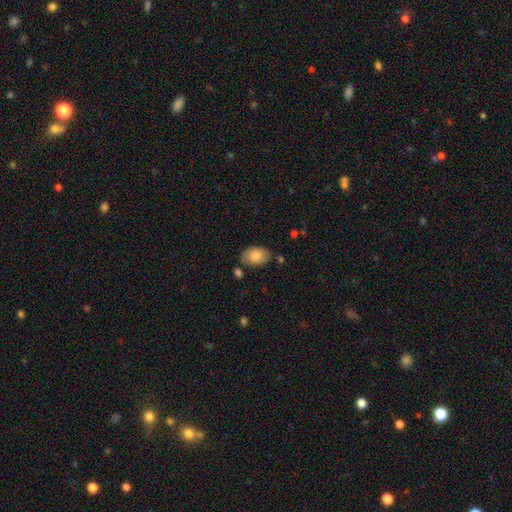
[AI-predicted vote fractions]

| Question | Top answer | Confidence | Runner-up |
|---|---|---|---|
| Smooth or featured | smooth | 81% | featured or disk (12%) |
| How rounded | in between | 88% | round (11%) |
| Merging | none | 74% | minor disturbance (17%) |